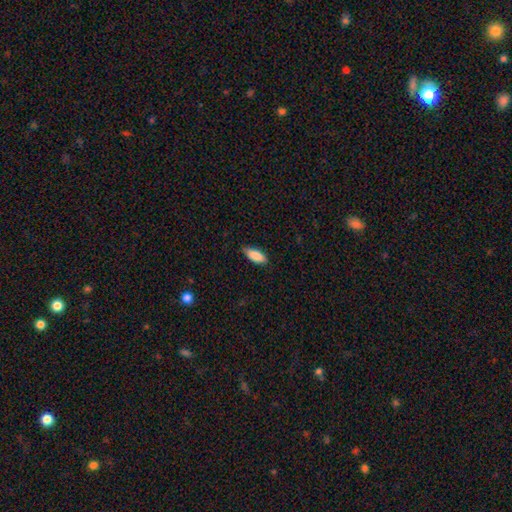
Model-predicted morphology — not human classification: smooth 86%, featured or disk 7%, star or artifact 6%. Down the decision tree: how rounded — in between (78%); merging — none (80%).